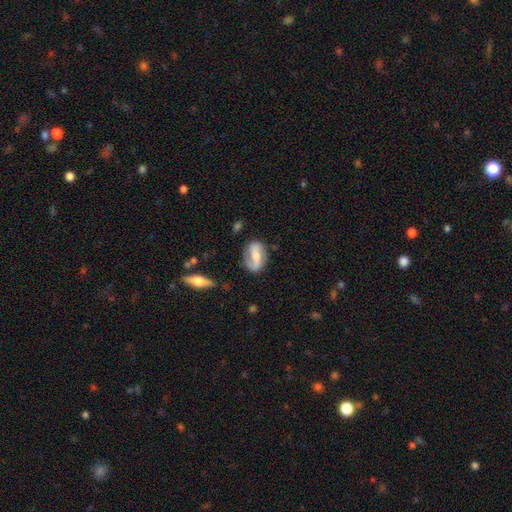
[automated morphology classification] Smooth or featured?
  - featured or disk: 67% *
  - smooth: 27%
  - star or artifact: 6%
Edge-on disk?
  - no: 92% *
  - yes: 8%
Bar?
  - strong: 46% *
  - weak: 31%
  - no: 23%
Spiral arms?
  - yes: 82% *
  - no: 18%
Spiral winding?
  - loose: 40% *
  - medium: 36%
  - tight: 25%
Spiral arm count?
  - 2: 80% *
  - 1: 10%
  - can't tell: 8%
  - 3: 1%
  - 4: 1%
  - more than 4: 1%
Bulge size?
  - moderate: 54% *
  - small: 36%
  - large: 5%
  - none: 3%
  - dominant: 1%
Merging?
  - none: 73% *
  - minor disturbance: 18%
  - major disturbance: 7%
  - merger: 2%